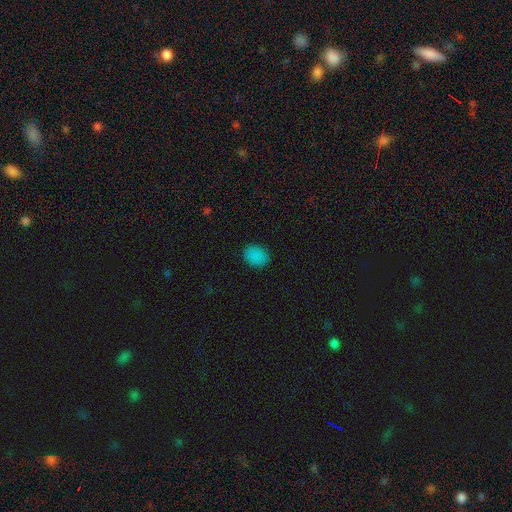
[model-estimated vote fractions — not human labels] Smooth or featured? Predicted: smooth (p=0.85). How rounded? Predicted: in between (p=0.56). Merging? Predicted: none (p=0.88).